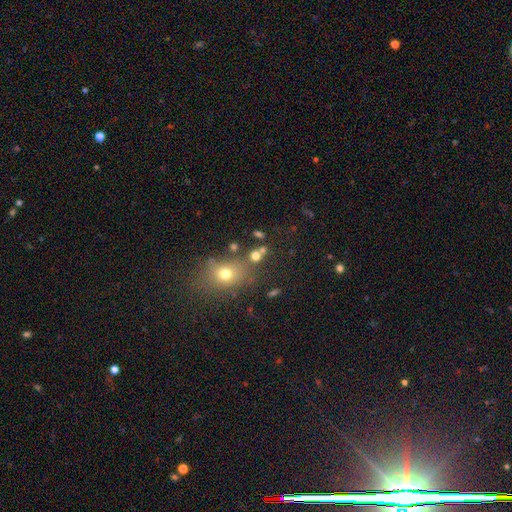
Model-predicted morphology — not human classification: smooth_or_featured: smooth (p=0.67) [alt: star or artifact p=0.20]
how_rounded: round (p=0.60) [alt: in between p=0.37]
merging: none (p=0.56) [alt: merger p=0.26]